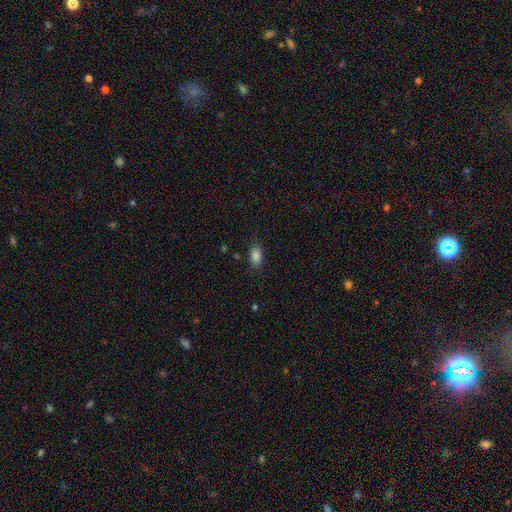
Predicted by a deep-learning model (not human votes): This is clearly a smooth galaxy (86%). How rounded: clearly in between (90%). Merging: clearly none (85%).